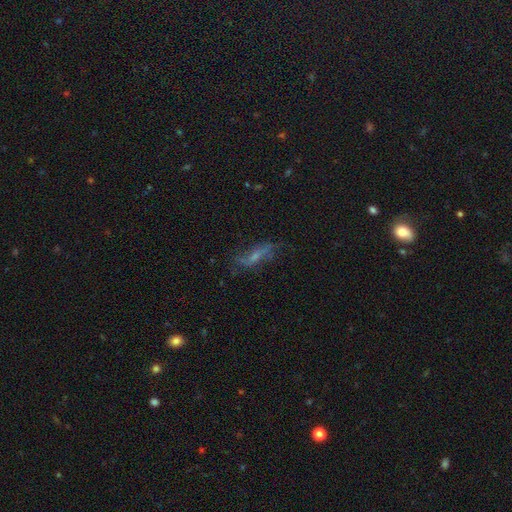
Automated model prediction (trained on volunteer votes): featured or disk 57%, smooth 30%, star or artifact 13%. Down the decision tree: edge-on disk — no (76%); merging — none (61%).